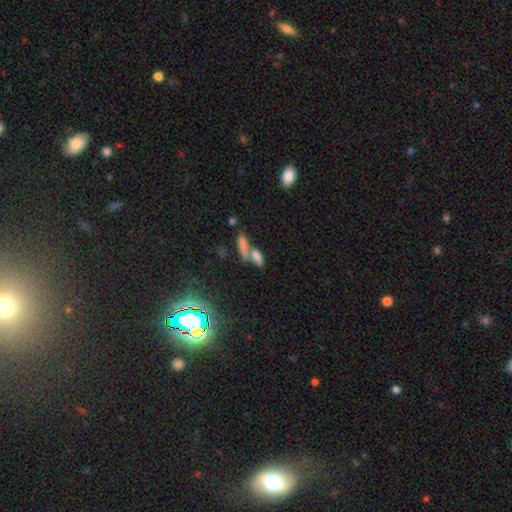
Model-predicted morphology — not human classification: Overall: smooth (69%). How rounded: in between (51%; cigar-shaped 44%). Merging: merger (51%; none 34%).